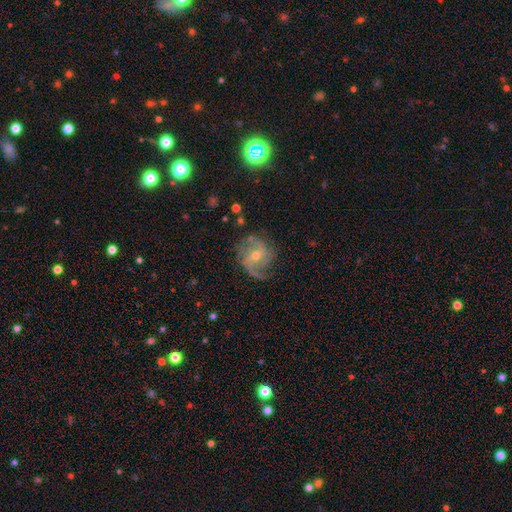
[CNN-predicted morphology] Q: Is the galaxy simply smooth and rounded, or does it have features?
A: featured or disk — 76%.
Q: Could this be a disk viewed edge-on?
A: no — 97%.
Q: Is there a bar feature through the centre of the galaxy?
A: no — 54%.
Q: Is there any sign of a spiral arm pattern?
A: yes — 91%.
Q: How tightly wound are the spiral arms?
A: medium — 40%.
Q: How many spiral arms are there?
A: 2 — 41%.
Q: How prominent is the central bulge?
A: moderate — 51%.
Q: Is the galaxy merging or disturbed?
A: none — 62%.